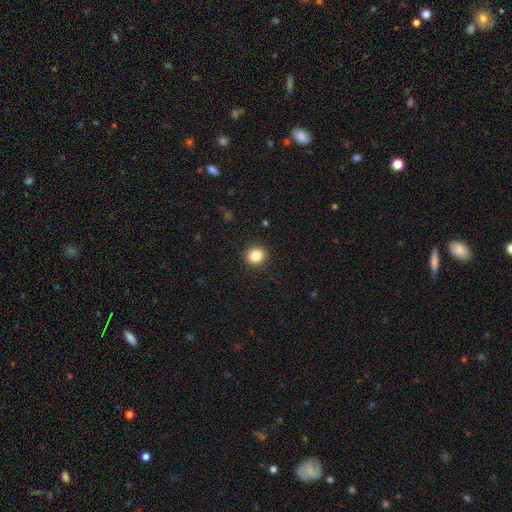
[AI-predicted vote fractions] A smooth galaxy with no disk features (84%) that is round (83%).

Vote fractions:
- Smooth or featured? smooth: 84% / star or artifact: 11% / featured or disk: 6%
- How rounded? round: 83% / in between: 16% / cigar-shaped: 1%
- Merging? none: 92% / minor disturbance: 6% / major disturbance: 2% / merger: 1%